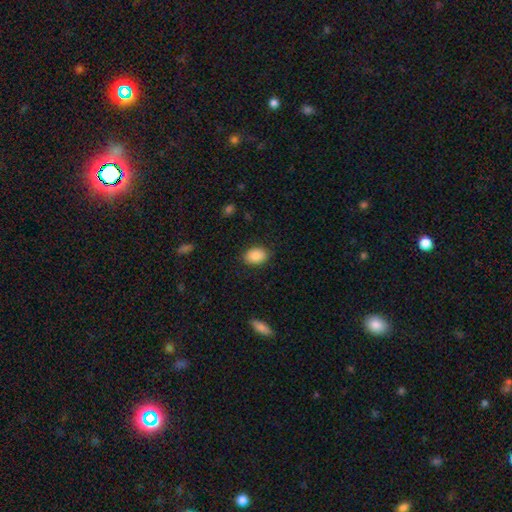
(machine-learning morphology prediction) This appears to be a smooth galaxy with no disk features (87%) that is in between round and cigar-shaped (79%). Merging: none (86%).